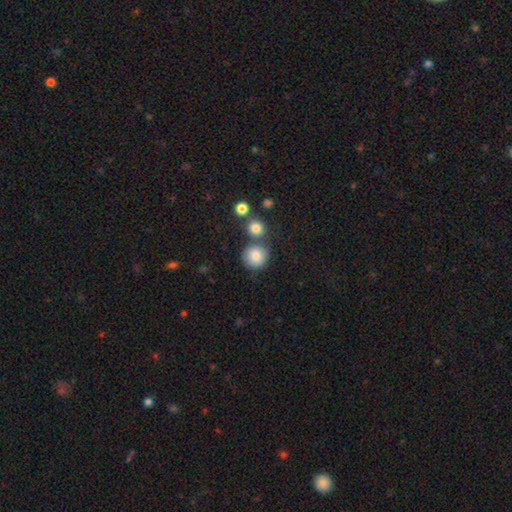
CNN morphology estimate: Smooth or featured? smooth (84%)
How rounded? round (91%)
Merging? none (68%)